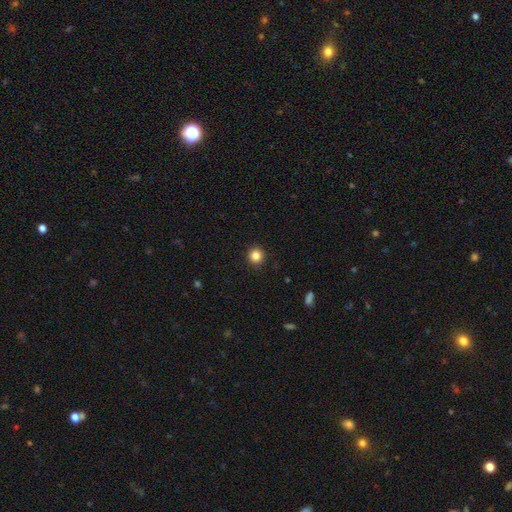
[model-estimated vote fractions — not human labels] Morphology: type=smooth (85%); roundness=round (94%); merging=none (92%).